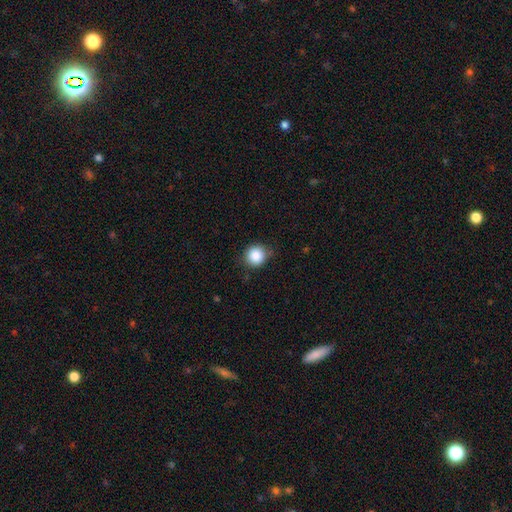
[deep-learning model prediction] Q: Smooth or featured?
A: smooth (86%); runner-up: star or artifact (9%)
Q: How rounded?
A: round (90%); runner-up: in between (9%)
Q: Merging?
A: none (77%); runner-up: minor disturbance (18%)